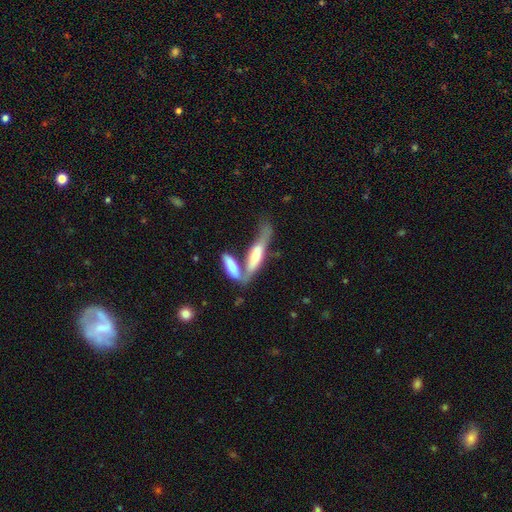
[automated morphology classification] type=smooth (57%); roundness=cigar-shaped (68%); merging=merger (58%).